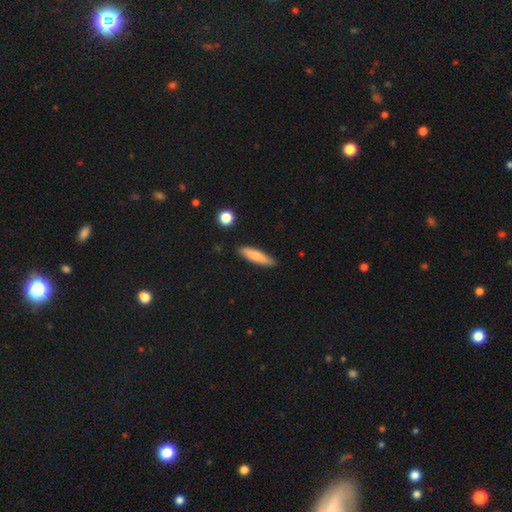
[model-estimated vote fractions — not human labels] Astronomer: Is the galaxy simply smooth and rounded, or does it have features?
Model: smooth — 75%.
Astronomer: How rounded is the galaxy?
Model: cigar-shaped — 79%.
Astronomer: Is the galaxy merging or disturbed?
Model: none — 87%.